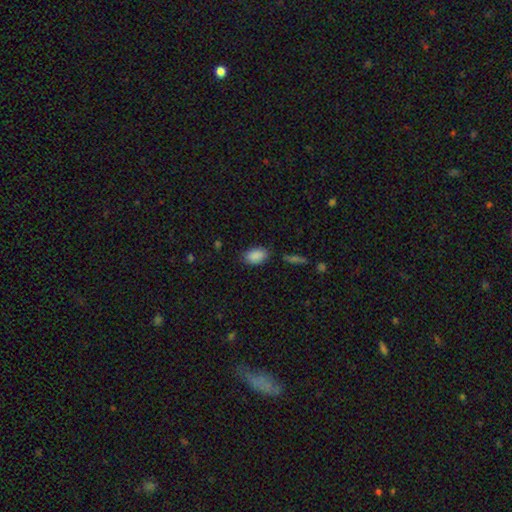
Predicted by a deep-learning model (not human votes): smooth 89%, star or artifact 7%, featured or disk 4%. Down the decision tree: how rounded — in between (90%); merging — none (79%).